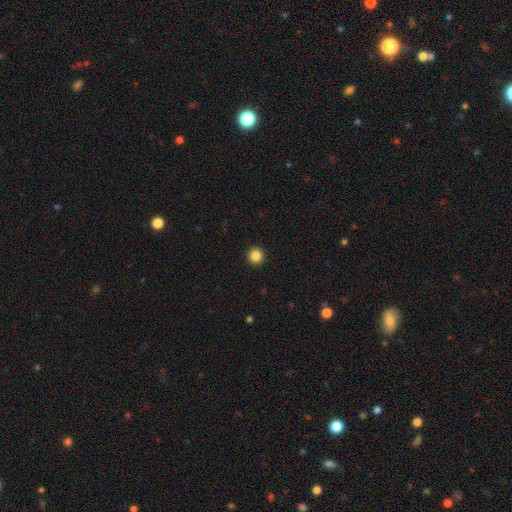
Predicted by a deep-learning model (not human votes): Overall: smooth (86%). How rounded: round (96%). Merging: none (94%).